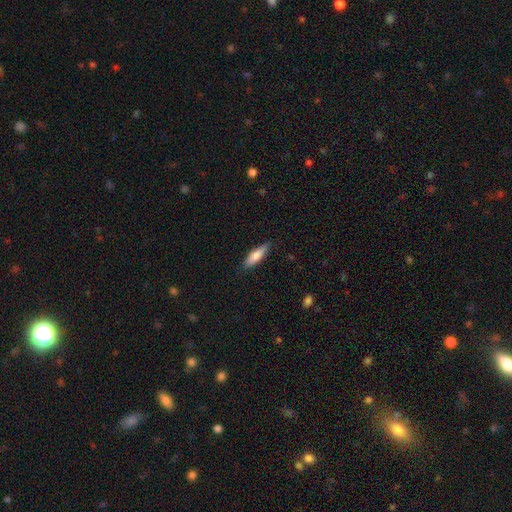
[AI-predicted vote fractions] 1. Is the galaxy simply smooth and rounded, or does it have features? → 77% smooth, 18% featured or disk, 6% star or artifact.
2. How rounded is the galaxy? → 62% cigar-shaped, 36% in between, 2% round.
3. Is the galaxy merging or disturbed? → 84% none, 13% minor disturbance, 2% major disturbance, 1% merger.